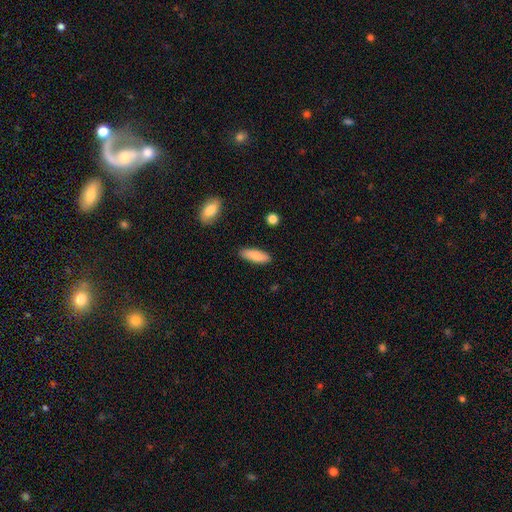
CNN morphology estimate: The model was most divided on "how rounded": in between: 59%, cigar-shaped: 39%, round: 2%. More confident: merging — none (87%); smooth or featured — smooth (84%).